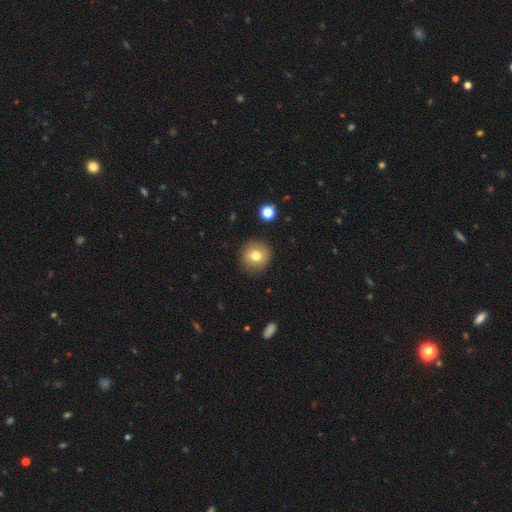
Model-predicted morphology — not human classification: smooth_or_featured: smooth (p=0.77) [alt: featured or disk p=0.12]
how_rounded: round (p=0.92) [alt: in between p=0.07]
merging: none (p=0.89) [alt: minor disturbance p=0.07]